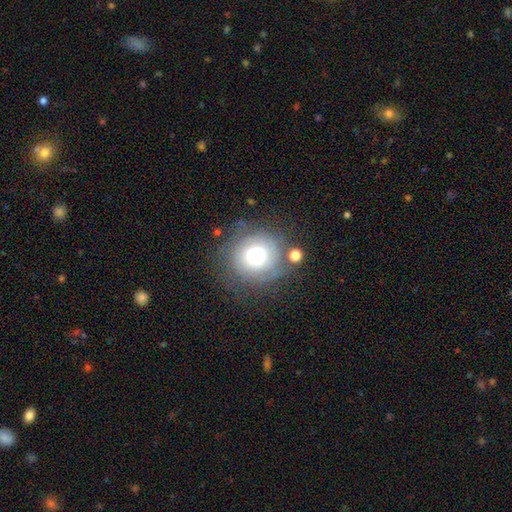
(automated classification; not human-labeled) This is possibly a smooth galaxy (47%). Merging: likely none (72%).